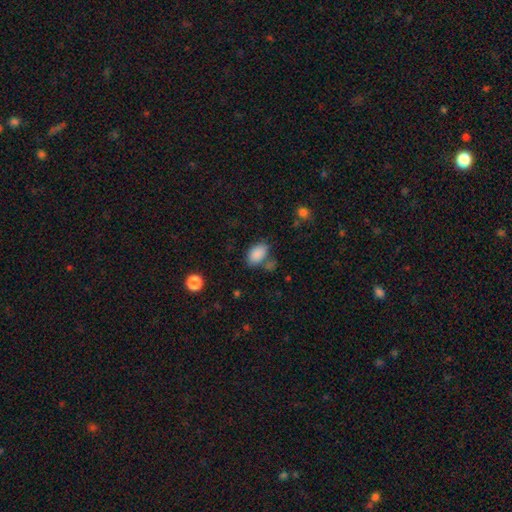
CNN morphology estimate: smooth_or_featured: smooth (p=0.87) [alt: star or artifact p=0.09]
how_rounded: in between (p=0.90) [alt: round p=0.08]
merging: none (p=0.64) [alt: minor disturbance p=0.16]